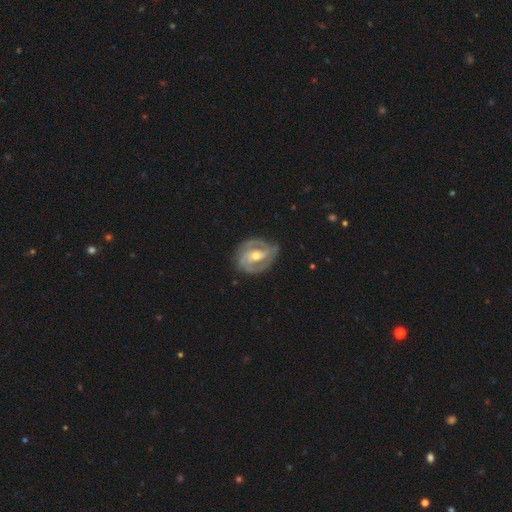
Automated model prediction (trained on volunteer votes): Smooth or featured? Predicted: featured or disk (p=0.88). Edge-on disk? Predicted: no (p=0.97). Bar? Predicted: weak (p=0.40). Spiral arms? Predicted: yes (p=0.95). Spiral winding? Predicted: tight (p=0.56). Spiral arm count? Predicted: 2 (p=0.72). Bulge size? Predicted: moderate (p=0.62). Merging? Predicted: none (p=0.78).